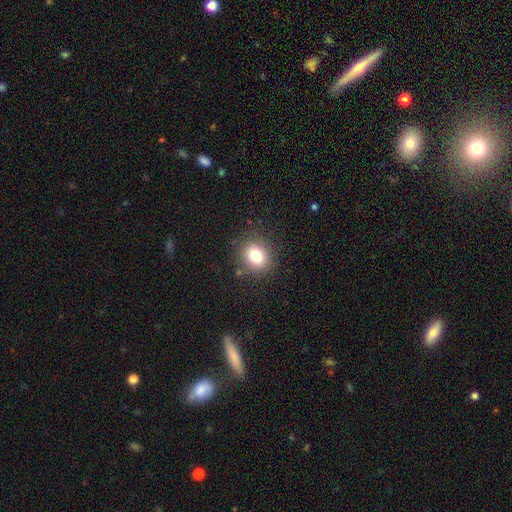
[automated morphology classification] smooth_or_featured: smooth (p=0.79) [alt: star or artifact p=0.12]
how_rounded: round (p=0.66) [alt: in between p=0.33]
merging: none (p=0.85) [alt: minor disturbance p=0.10]